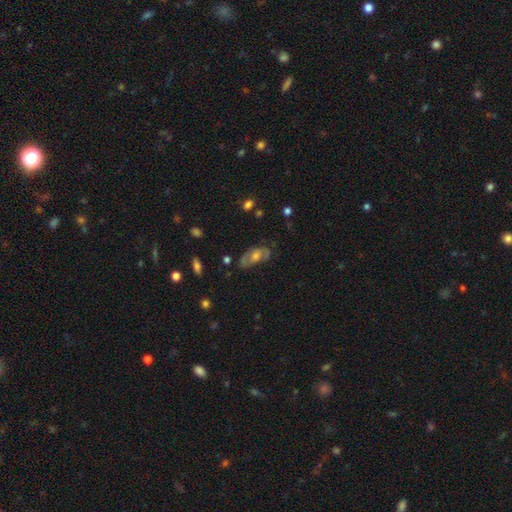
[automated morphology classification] featured or disk 58%, smooth 32%, star or artifact 11%. Down the decision tree: edge-on disk — no (88%); bar — no (73%); spiral arms — yes (56%); bulge size — moderate (57%); merging — none (65%).